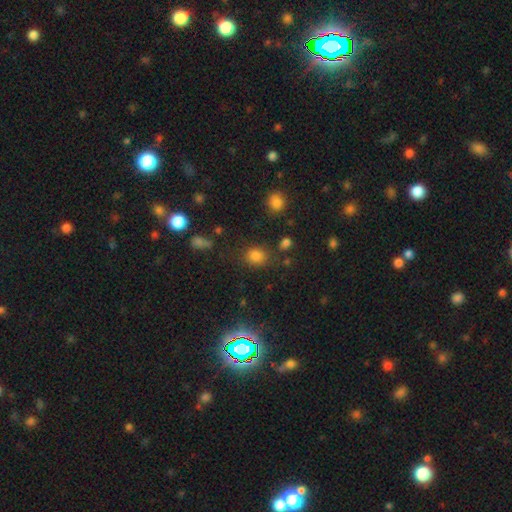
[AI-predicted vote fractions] Overall: smooth (77%). How rounded: round (63%; in between 36%). Merging: none (77%).